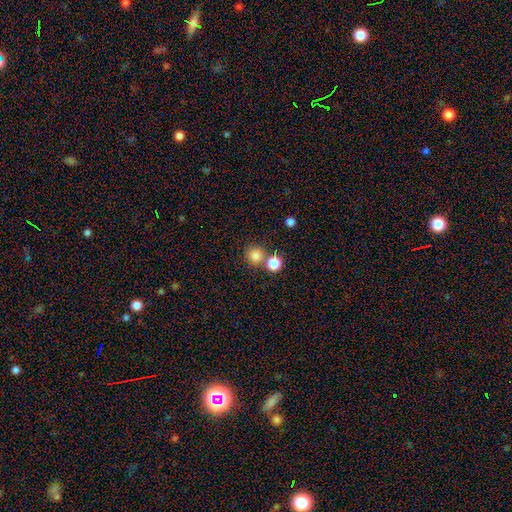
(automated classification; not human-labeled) A smooth galaxy with no disk features (81%) that is round (93%).

Vote fractions:
- Smooth or featured? smooth: 81% / star or artifact: 13% / featured or disk: 5%
- How rounded? round: 93% / in between: 6% / cigar-shaped: 1%
- Merging? none: 69% / merger: 22% / minor disturbance: 6% / major disturbance: 2%